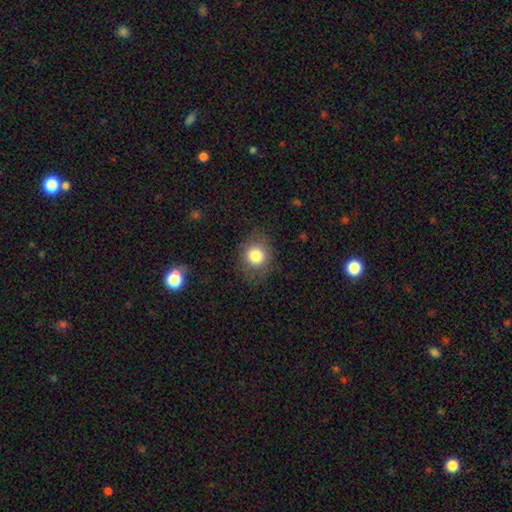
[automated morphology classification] Smooth or featured? smooth (80%)
How rounded? round (76%)
Merging? none (79%)